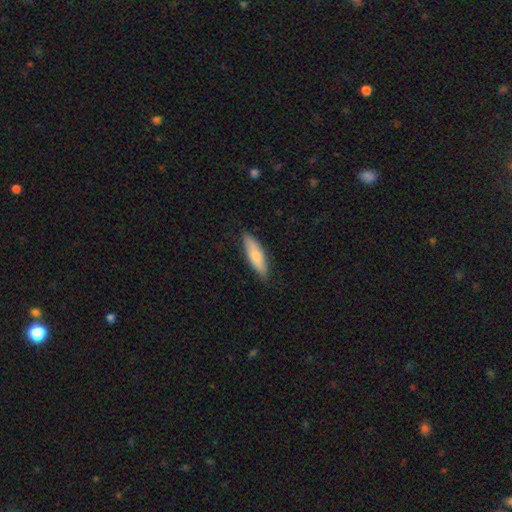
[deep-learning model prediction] Overall: smooth (73%). How rounded: cigar-shaped (54%; in between 44%). Merging: none (83%).